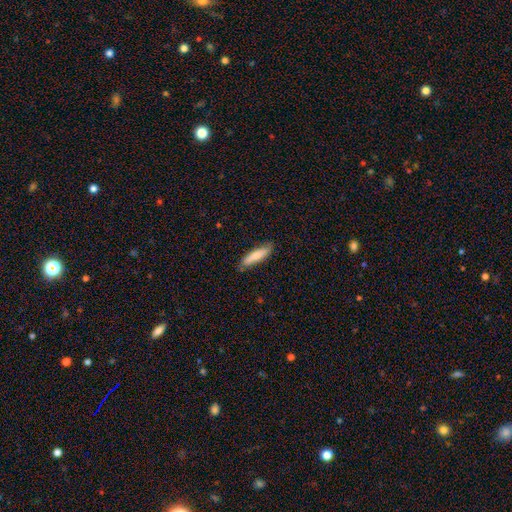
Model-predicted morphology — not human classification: type=smooth (77%); roundness=cigar-shaped (76%); merging=none (78%).